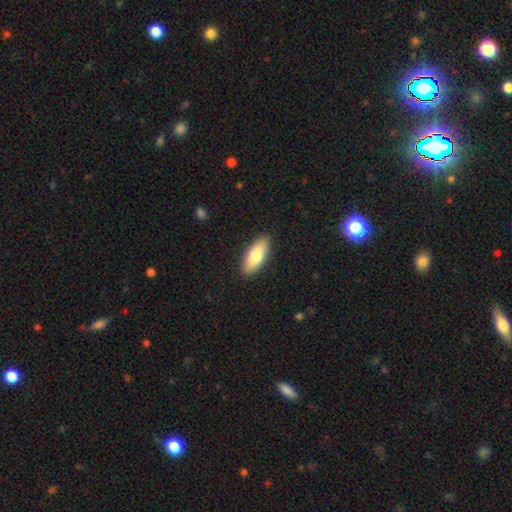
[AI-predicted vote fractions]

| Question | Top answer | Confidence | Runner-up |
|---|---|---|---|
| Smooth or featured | smooth | 79% | featured or disk (15%) |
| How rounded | in between | 78% | cigar-shaped (20%) |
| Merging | none | 89% | minor disturbance (8%) |